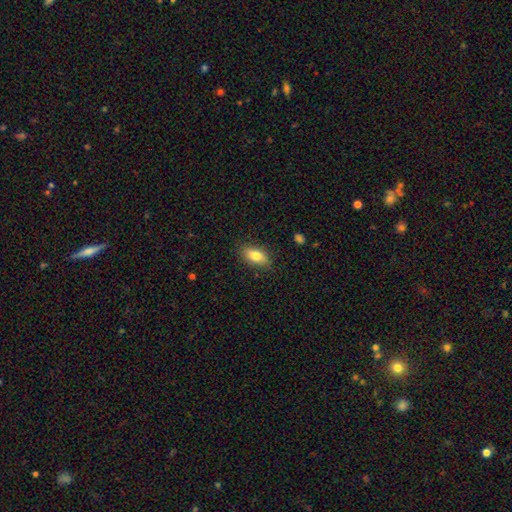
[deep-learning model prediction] Smooth or featured? smooth (79%)
How rounded? in between (87%)
Merging? none (83%)